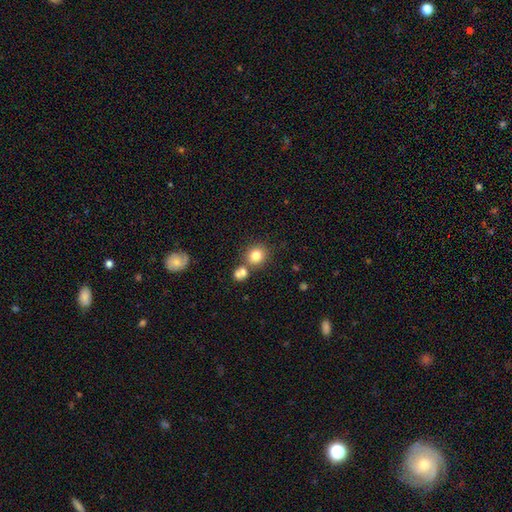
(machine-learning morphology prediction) Smooth or featured: smooth — 81% (star or artifact — 11%)
How rounded: round — 83% (in between — 16%)
Merging: none — 66% (merger — 21%)